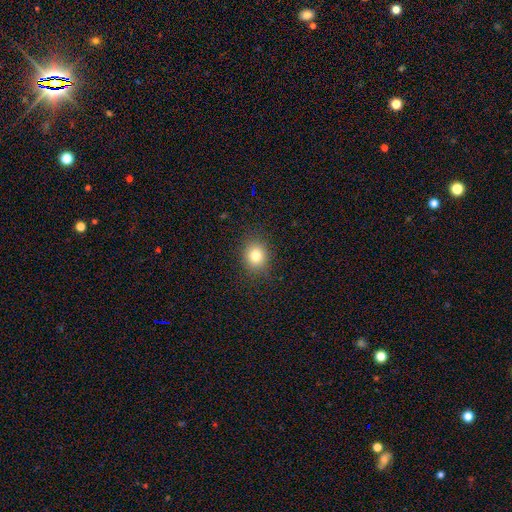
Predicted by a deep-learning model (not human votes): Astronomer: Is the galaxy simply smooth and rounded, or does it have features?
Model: smooth — 80%.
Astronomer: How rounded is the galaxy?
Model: round — 69%.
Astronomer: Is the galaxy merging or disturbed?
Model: none — 87%.